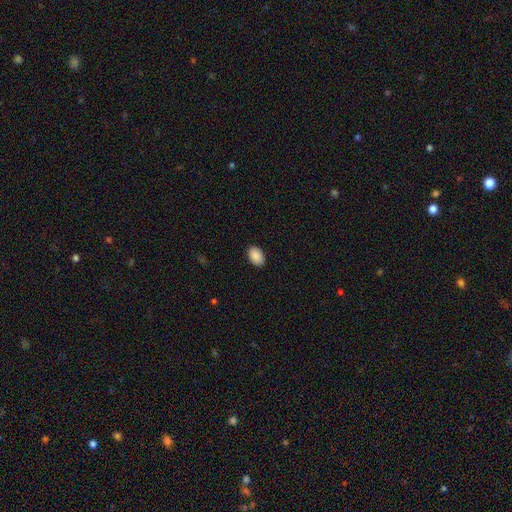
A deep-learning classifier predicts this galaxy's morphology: Overall: smooth (90%). How rounded: in between (91%). Merging: none (89%).